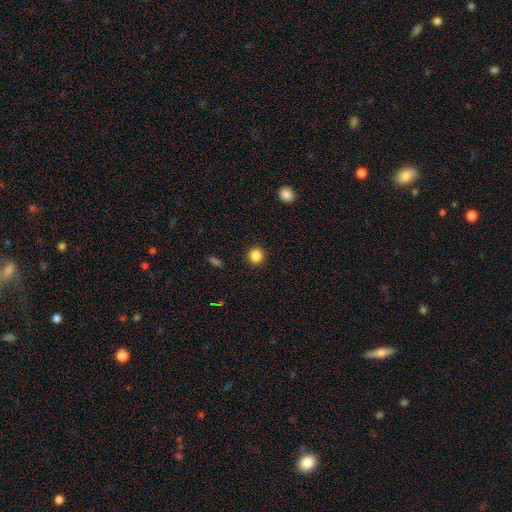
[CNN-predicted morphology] smooth-or-featured: smooth: 86% | star or artifact: 11% | featured or disk: 3%
  how-rounded: round: 93% | in between: 6% | cigar-shaped: 1%
  merging: none: 92% | minor disturbance: 5% | major disturbance: 2% | merger: 1%